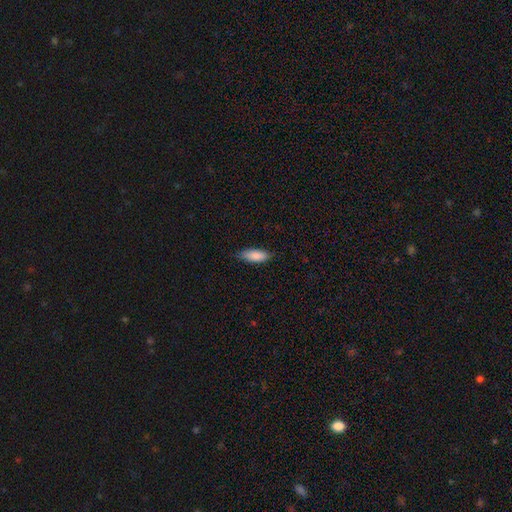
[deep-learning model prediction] Overall: smooth (86%). How rounded: in between (73%). Merging: none (79%).